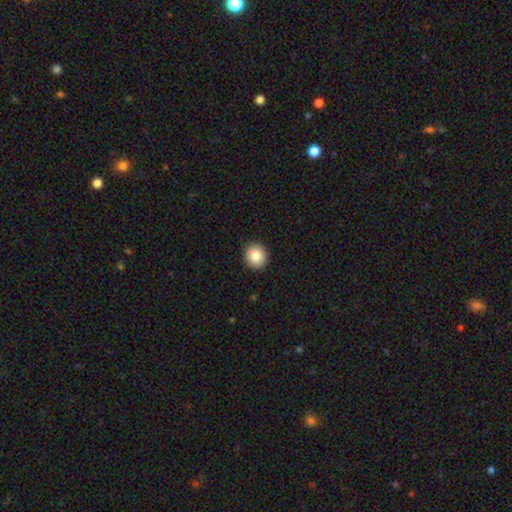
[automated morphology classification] type=smooth (85%); roundness=round (88%); merging=none (91%).